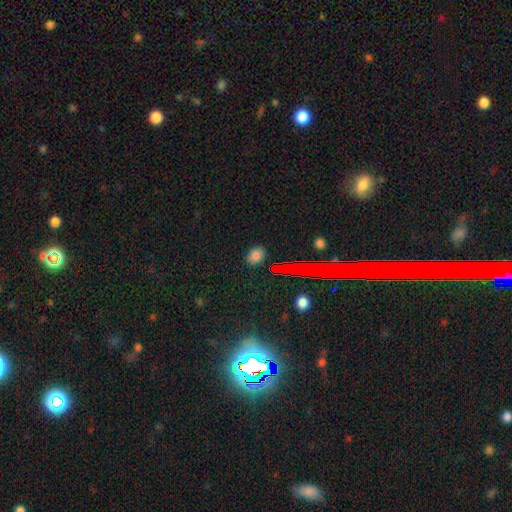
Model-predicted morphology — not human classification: smooth 77%, star or artifact 15%, featured or disk 8%. Down the decision tree: how rounded — in between (57%); merging — none (85%).